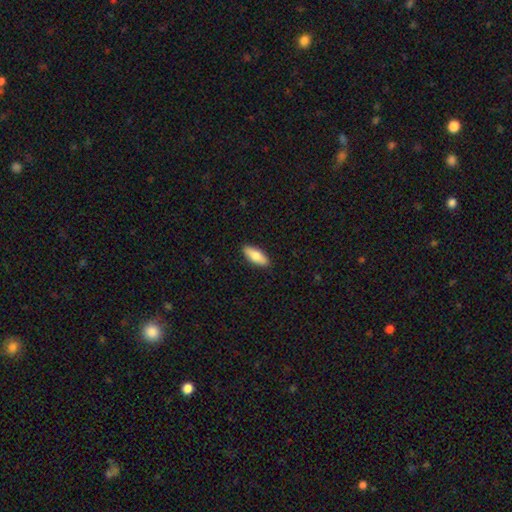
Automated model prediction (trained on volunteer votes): smooth-or-featured: smooth: 81% | featured or disk: 13% | star or artifact: 6%
  how-rounded: in between: 73% | cigar-shaped: 25% | round: 2%
  merging: none: 89% | minor disturbance: 8% | major disturbance: 2% | merger: 1%